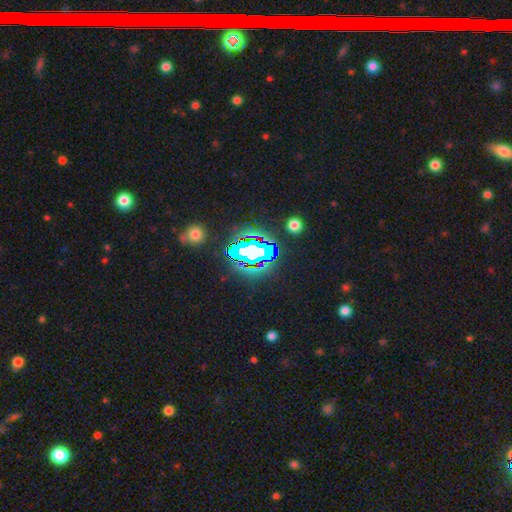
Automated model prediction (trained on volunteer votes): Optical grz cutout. It shows a star or artifact, not a galaxy (67%).